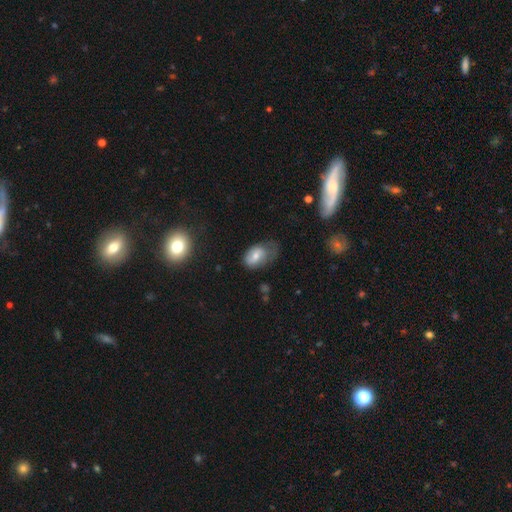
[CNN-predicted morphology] Smooth or featured: smooth — 65% (featured or disk — 25%)
How rounded: in between — 88% (round — 11%)
Merging: minor disturbance — 38% (none — 33%)